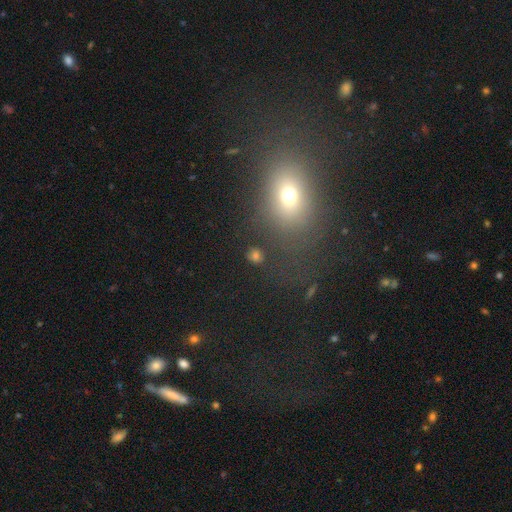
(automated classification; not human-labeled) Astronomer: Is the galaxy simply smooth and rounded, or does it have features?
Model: smooth — 65%.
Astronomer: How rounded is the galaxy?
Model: round — 67%.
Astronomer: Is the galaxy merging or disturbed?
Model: none — 77%.